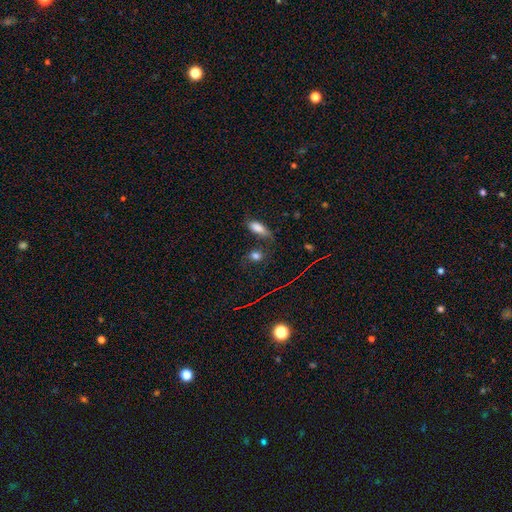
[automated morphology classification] Overall: smooth (67%). How rounded: in between (58%; round 36%). Merging: none (60%).